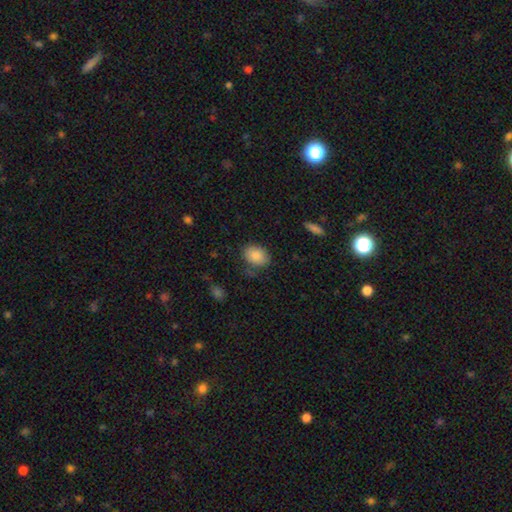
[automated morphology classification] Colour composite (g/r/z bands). It shows a smooth galaxy with no disk features (86%) that is in between round and cigar-shaped (74%). Merging: none (76%).